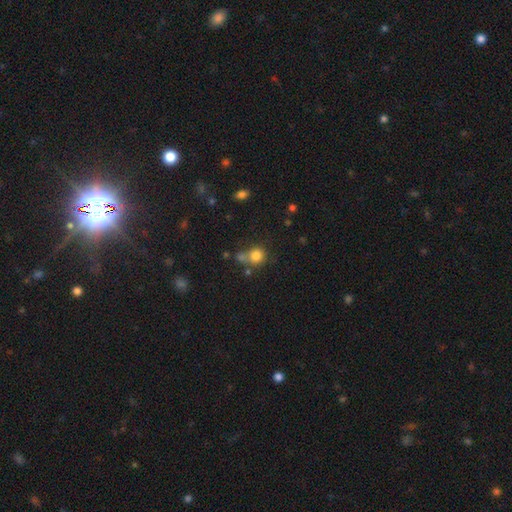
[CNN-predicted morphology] smooth 80%, star or artifact 12%, featured or disk 7%. Down the decision tree: how rounded — round (85%); merging — none (54%).